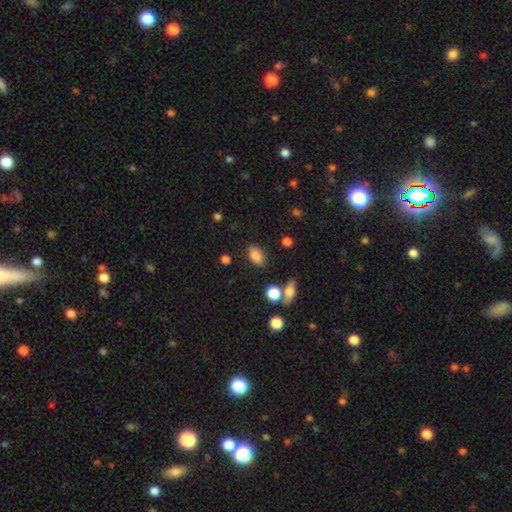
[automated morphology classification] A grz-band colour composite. It shows a smooth galaxy with no disk features (83%) that is in between round and cigar-shaped (89%). Merging: none (81%).